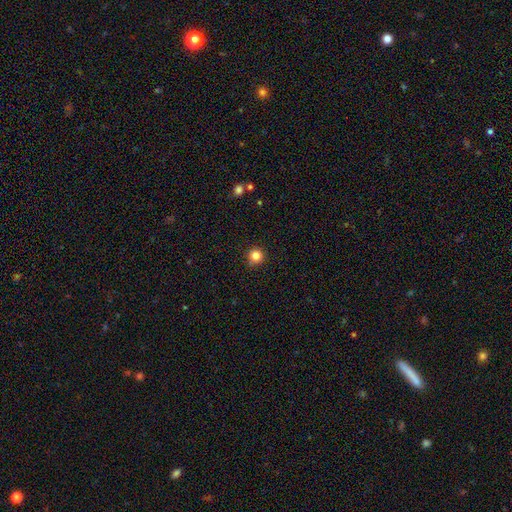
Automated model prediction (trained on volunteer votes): Smooth or featured: smooth — 83% (star or artifact — 12%)
How rounded: round — 95% (in between — 4%)
Merging: none — 91% (minor disturbance — 7%)